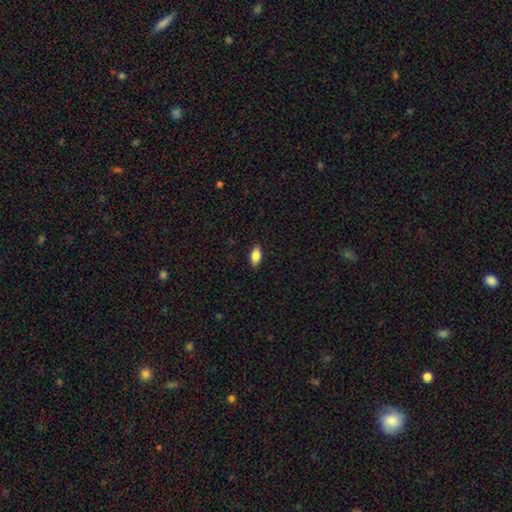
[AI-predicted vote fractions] A smooth galaxy with no disk features (84%) that is in between round and cigar-shaped (90%). Merging: none (89%).